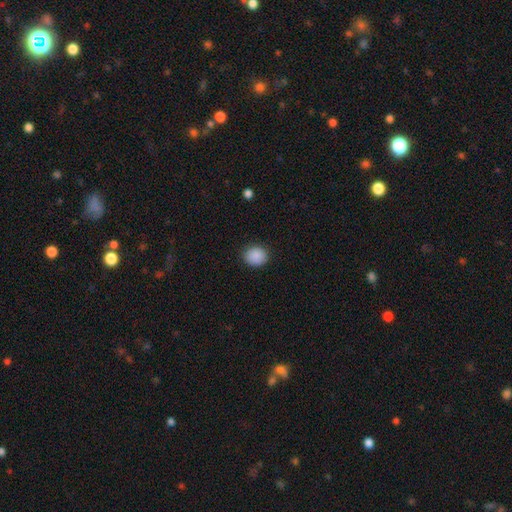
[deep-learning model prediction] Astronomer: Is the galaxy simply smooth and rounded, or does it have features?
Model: smooth — 89%.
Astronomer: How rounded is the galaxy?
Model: round — 73%.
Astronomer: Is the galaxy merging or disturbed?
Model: none — 89%.